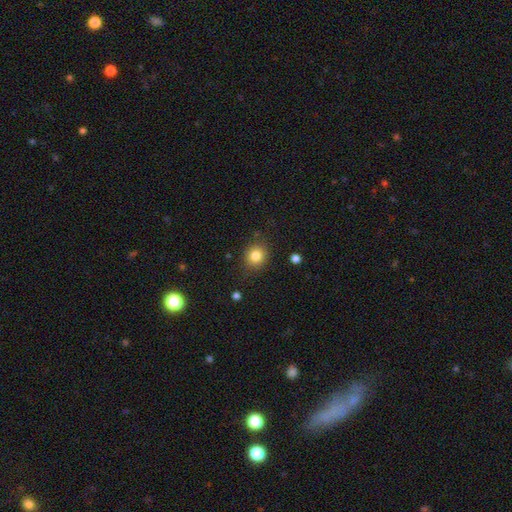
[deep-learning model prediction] smooth 83%, star or artifact 11%, featured or disk 6%. Down the decision tree: how rounded — round (79%); merging — none (85%).